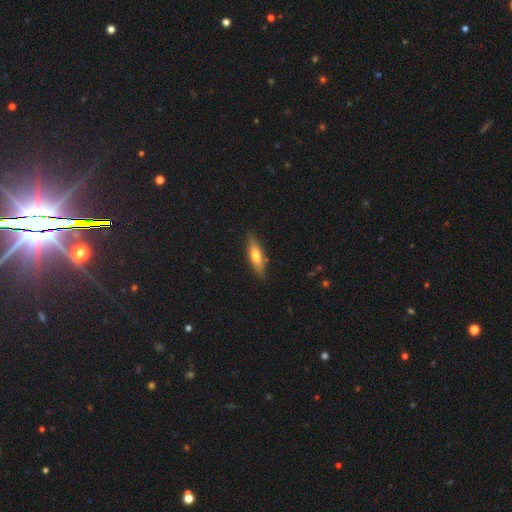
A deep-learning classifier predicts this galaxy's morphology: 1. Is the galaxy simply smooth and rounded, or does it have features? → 62% smooth, 32% featured or disk, 6% star or artifact.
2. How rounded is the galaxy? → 59% cigar-shaped, 39% in between, 2% round.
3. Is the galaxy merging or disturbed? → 84% none, 12% minor disturbance, 2% major disturbance, 2% merger.